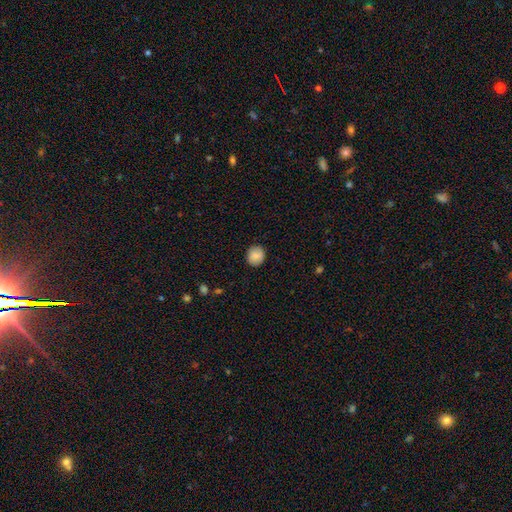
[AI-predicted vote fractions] Smooth or featured? Predicted: smooth (p=0.84). How rounded? Predicted: round (p=0.78). Merging? Predicted: none (p=0.87).